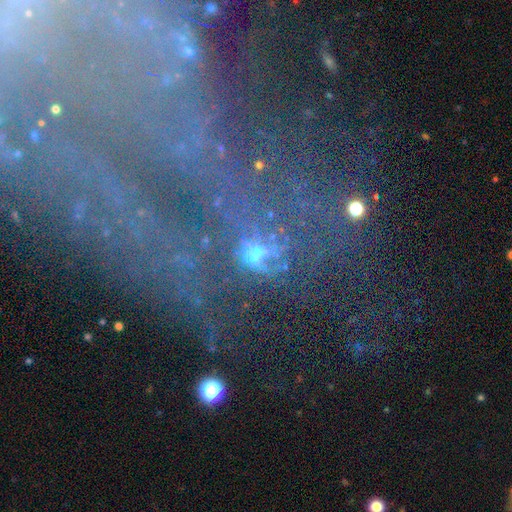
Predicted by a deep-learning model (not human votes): smooth-or-featured: star or artifact: 45% | featured or disk: 31% | smooth: 24%